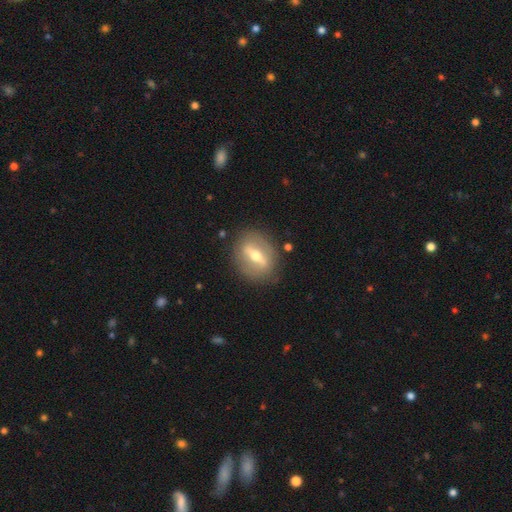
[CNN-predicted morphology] Q: Smooth or featured?
A: featured or disk (63%); runner-up: smooth (29%)
Q: Edge-on disk?
A: no (69%); runner-up: yes (31%)
Q: Merging?
A: none (84%); runner-up: minor disturbance (10%)